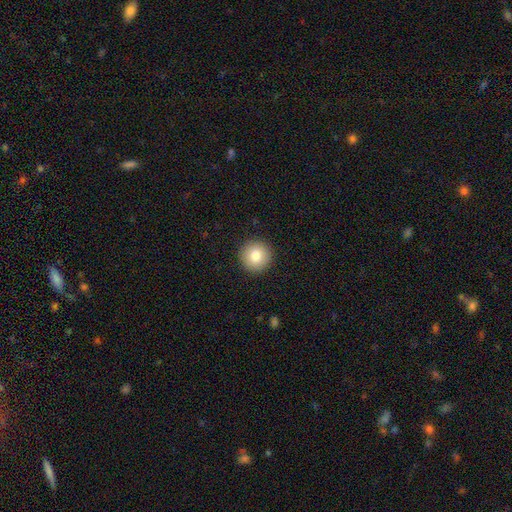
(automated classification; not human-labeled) This is clearly a smooth galaxy (81%). How rounded: clearly round (95%). Merging: clearly none (92%).